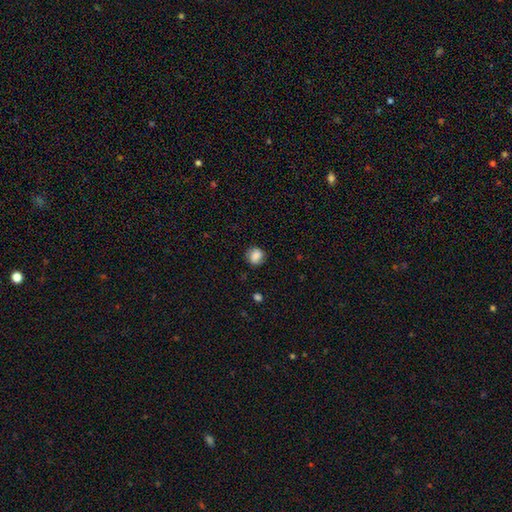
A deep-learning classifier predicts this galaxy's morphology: smooth-or-featured: smooth: 82% | star or artifact: 9% | featured or disk: 9%
  how-rounded: round: 79% | in between: 20% | cigar-shaped: 1%
  merging: none: 78% | minor disturbance: 16% | major disturbance: 4% | merger: 1%